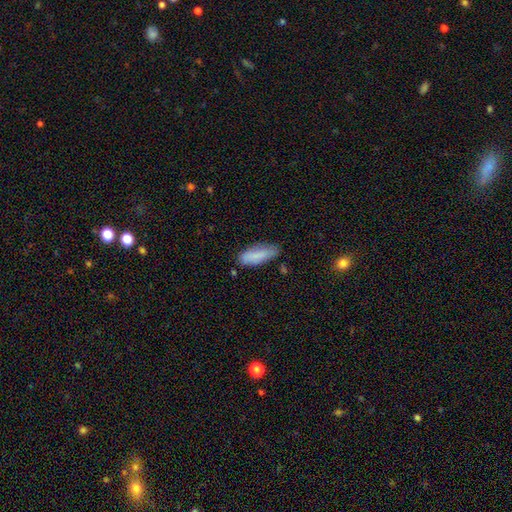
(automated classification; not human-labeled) Morphology: type=smooth (82%); roundness=in between (56%); merging=none (68%).